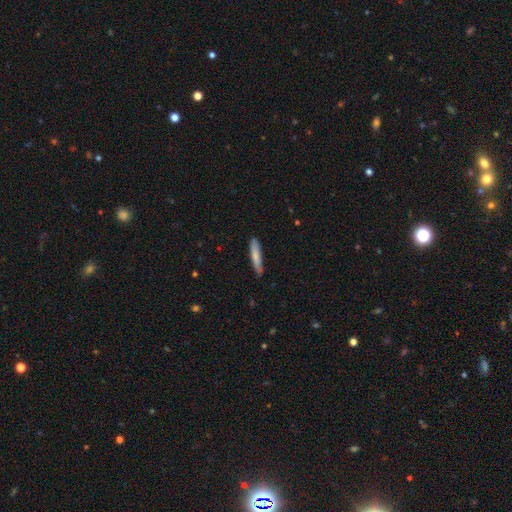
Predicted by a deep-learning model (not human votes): smooth_or_featured: smooth (p=0.77) [alt: featured or disk p=0.17]
how_rounded: cigar-shaped (p=0.88) [alt: in between p=0.11]
merging: none (p=0.82) [alt: minor disturbance p=0.15]